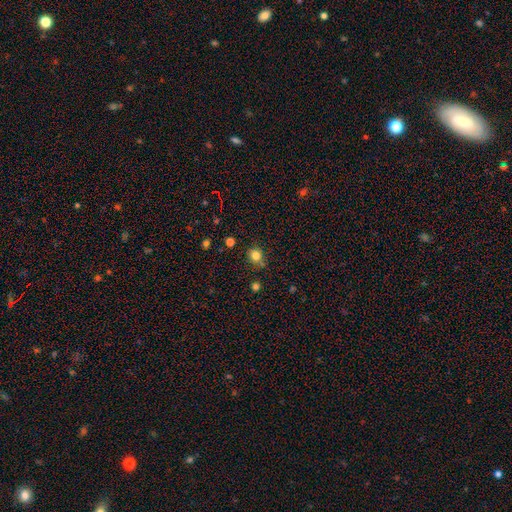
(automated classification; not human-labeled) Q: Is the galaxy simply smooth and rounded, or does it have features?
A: smooth — 81%.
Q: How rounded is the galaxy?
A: round — 81%.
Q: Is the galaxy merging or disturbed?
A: none — 76%.